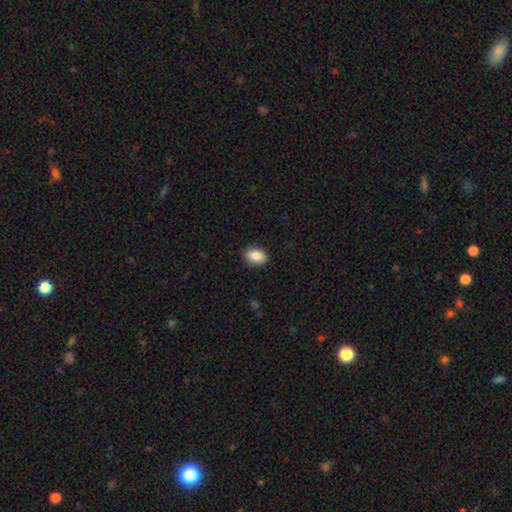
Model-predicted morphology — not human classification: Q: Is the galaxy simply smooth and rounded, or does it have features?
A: smooth — 86%.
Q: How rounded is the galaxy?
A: in between — 80%.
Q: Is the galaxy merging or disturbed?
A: none — 89%.